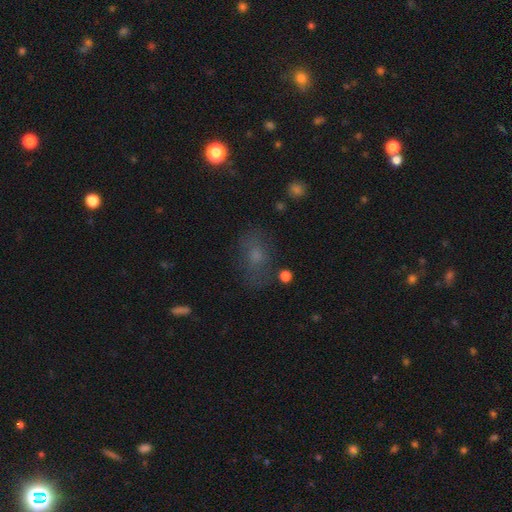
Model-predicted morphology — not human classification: Smooth or featured? smooth (56%)
How rounded? in between (77%)
Merging? none (69%)